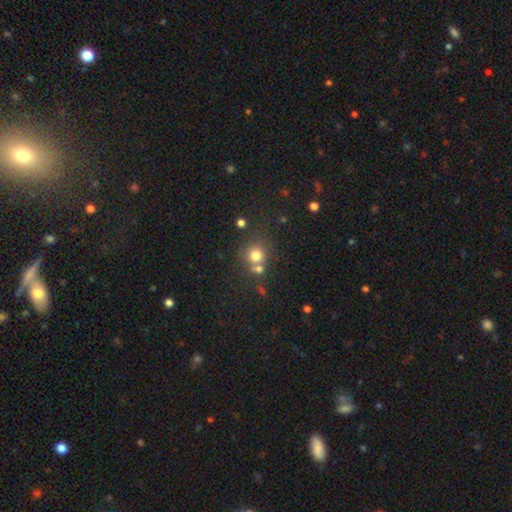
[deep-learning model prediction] Smooth or featured?
  - smooth: 75% *
  - star or artifact: 15%
  - featured or disk: 10%
How rounded?
  - round: 87% *
  - in between: 12%
  - cigar-shaped: 1%
Merging?
  - none: 57% *
  - merger: 28%
  - minor disturbance: 10%
  - major disturbance: 5%